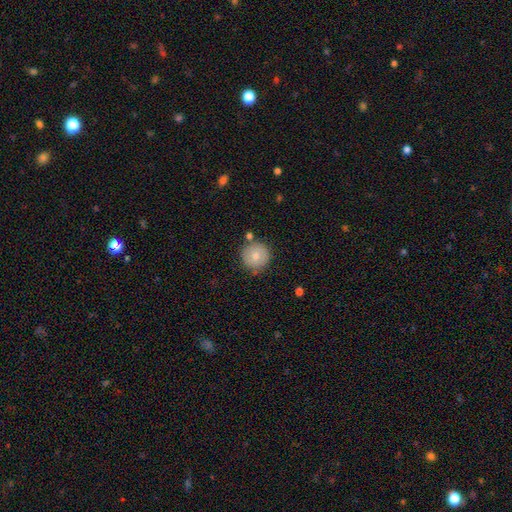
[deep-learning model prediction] smooth 74%, featured or disk 18%, star or artifact 8%. Down the decision tree: how rounded — round (95%); merging — none (80%).